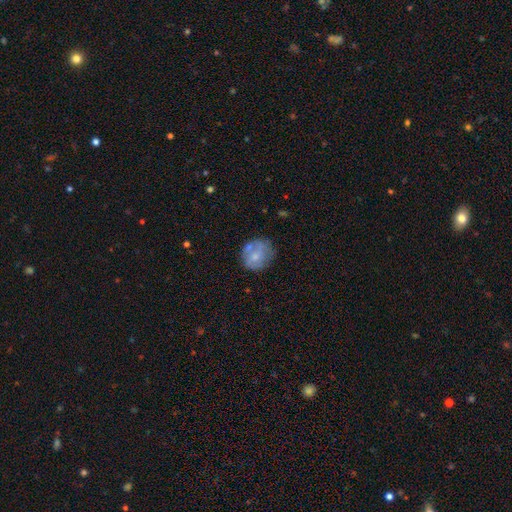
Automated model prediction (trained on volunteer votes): Smooth or featured? smooth (51%)
How rounded? round (68%)
Merging? none (54%)